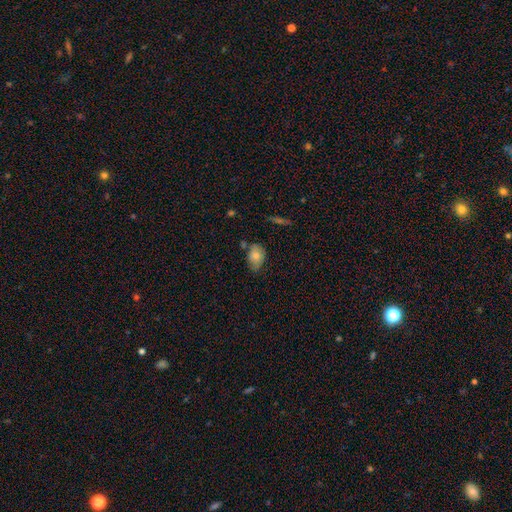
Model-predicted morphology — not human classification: Smooth or featured? Predicted: smooth (p=0.77). How rounded? Predicted: in between (p=0.82). Merging? Predicted: none (p=0.59).